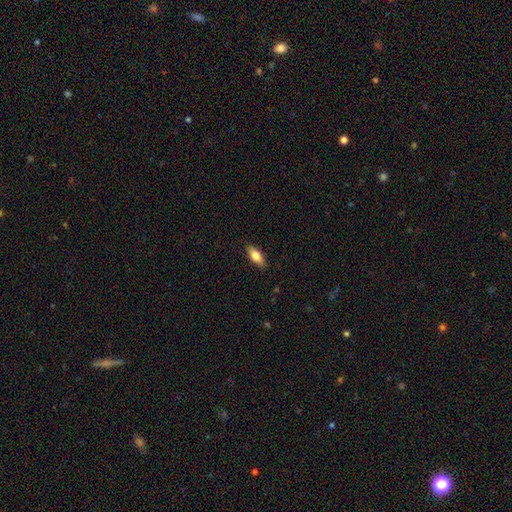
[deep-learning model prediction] A smooth galaxy with no disk features (75%) that is in between round and cigar-shaped (80%).

Vote fractions:
- Smooth or featured? smooth: 75% / featured or disk: 19% / star or artifact: 6%
- How rounded? in between: 80% / cigar-shaped: 18% / round: 3%
- Merging? none: 88% / minor disturbance: 9% / major disturbance: 2% / merger: 1%